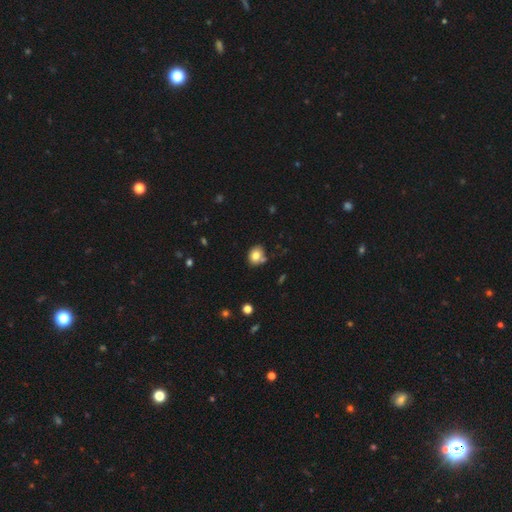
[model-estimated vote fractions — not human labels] Overall: smooth (79%). How rounded: round (52%; in between 47%). Merging: none (67%).